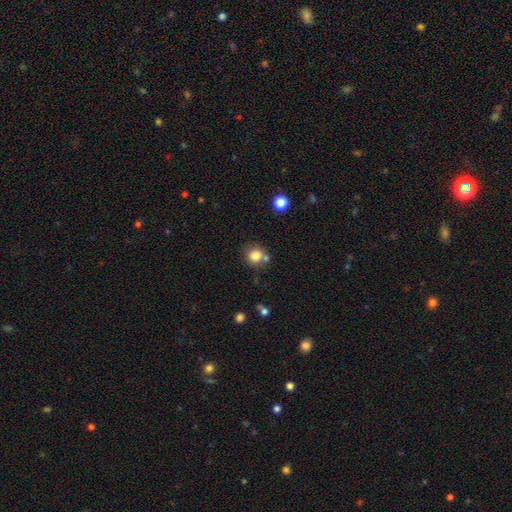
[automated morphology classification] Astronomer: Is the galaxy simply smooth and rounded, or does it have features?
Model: smooth — 81%.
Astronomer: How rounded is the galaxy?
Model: round — 87%.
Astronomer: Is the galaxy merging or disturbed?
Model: none — 67%.